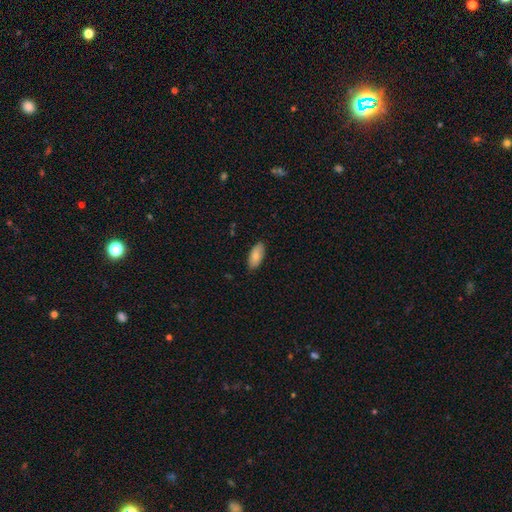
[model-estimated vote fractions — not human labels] smooth_or_featured: smooth (p=0.83) [alt: featured or disk p=0.11]
how_rounded: in between (p=0.90) [alt: cigar-shaped p=0.08]
merging: none (p=0.86) [alt: minor disturbance p=0.11]